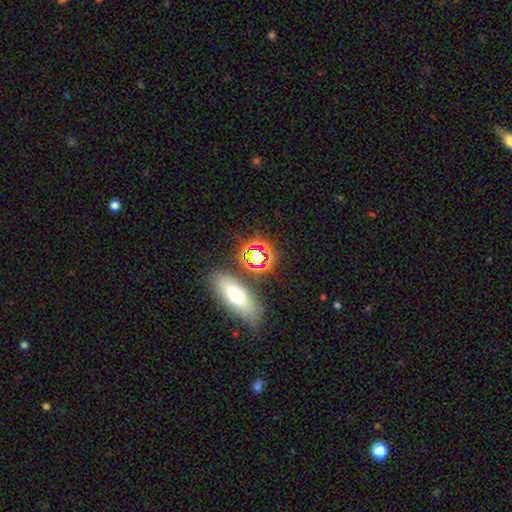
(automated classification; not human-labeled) Morphology: type=star or artifact (52%).